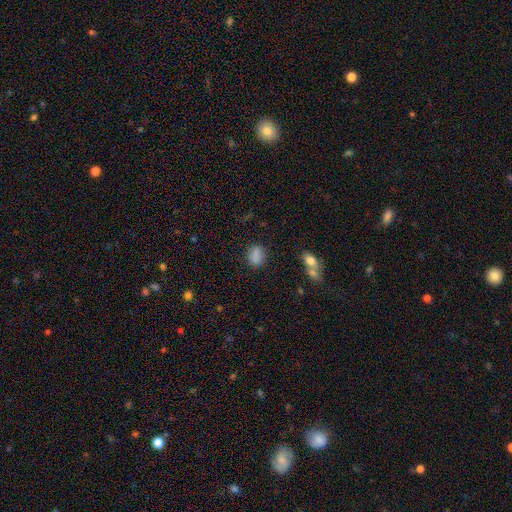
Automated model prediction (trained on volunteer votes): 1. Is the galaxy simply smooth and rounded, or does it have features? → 83% smooth, 10% star or artifact, 6% featured or disk.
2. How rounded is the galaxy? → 68% in between, 29% round, 2% cigar-shaped.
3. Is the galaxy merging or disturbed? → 77% none, 14% minor disturbance, 5% merger, 4% major disturbance.